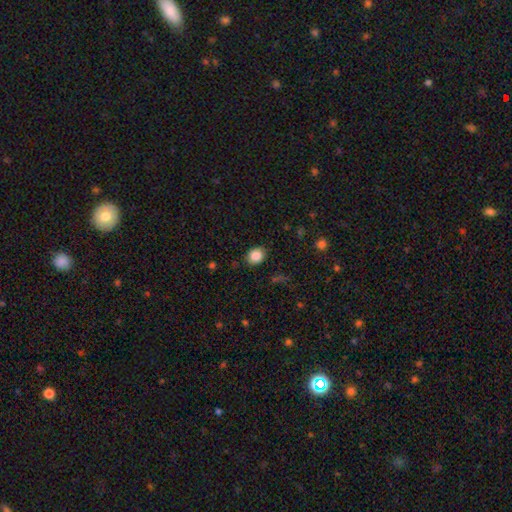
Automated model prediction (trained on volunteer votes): smooth 86%, star or artifact 9%, featured or disk 5%. Down the decision tree: how rounded — in between (50%); merging — none (83%).